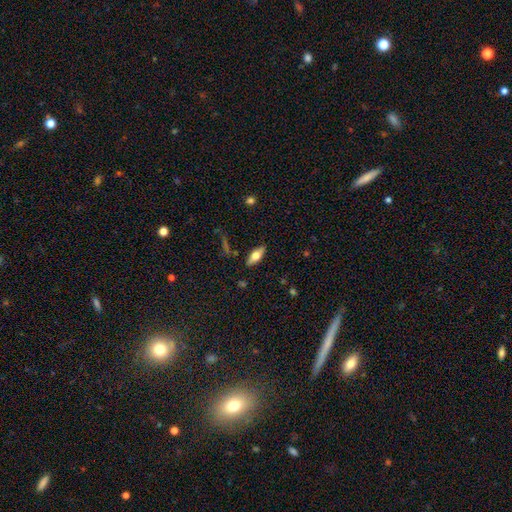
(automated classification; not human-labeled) The model was most divided on "smooth or featured": smooth: 54%, featured or disk: 39%, star or artifact: 7%. More confident: merging — none (85%); how rounded — in between (72%).